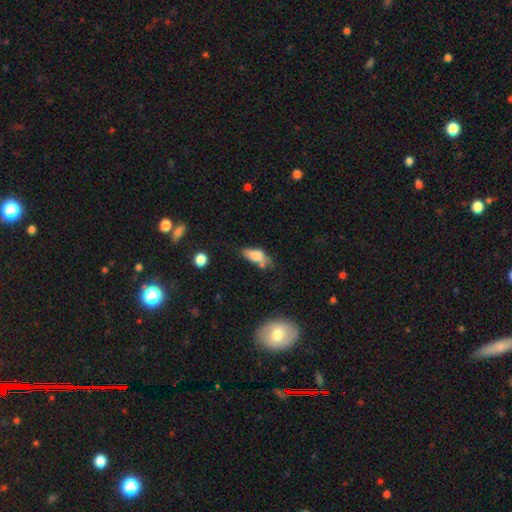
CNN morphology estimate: Smooth or featured: smooth — 72% (featured or disk — 20%)
How rounded: in between — 76% (cigar-shaped — 21%)
Merging: none — 49% (minor disturbance — 30%)